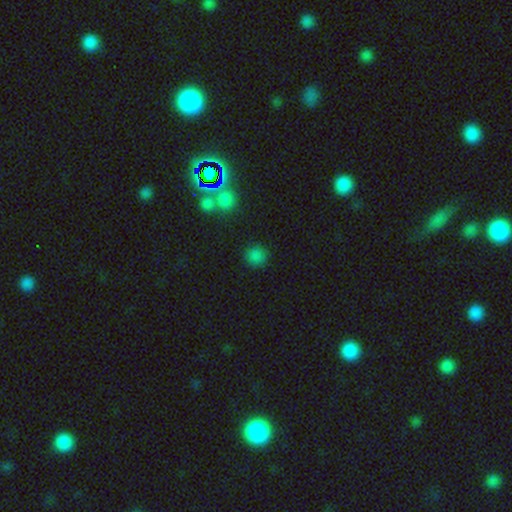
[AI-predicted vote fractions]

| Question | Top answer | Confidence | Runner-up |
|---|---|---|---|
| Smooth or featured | smooth | 80% | star or artifact (15%) |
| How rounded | round | 91% | in between (8%) |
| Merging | none | 85% | minor disturbance (8%) |